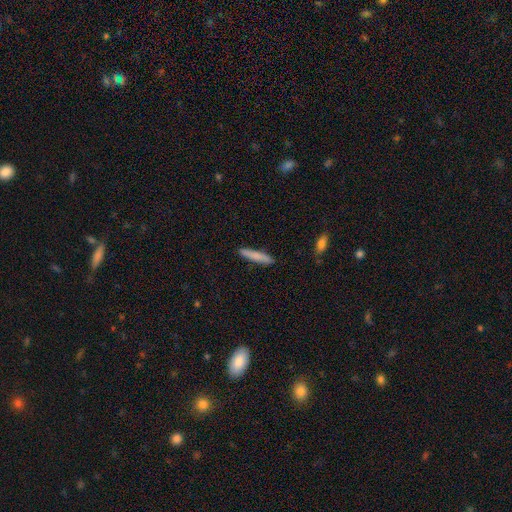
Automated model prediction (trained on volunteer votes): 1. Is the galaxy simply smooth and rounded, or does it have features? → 81% smooth, 14% featured or disk, 6% star or artifact.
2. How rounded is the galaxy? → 92% cigar-shaped, 7% in between, 1% round.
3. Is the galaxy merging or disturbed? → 89% none, 8% minor disturbance, 2% major disturbance, 1% merger.